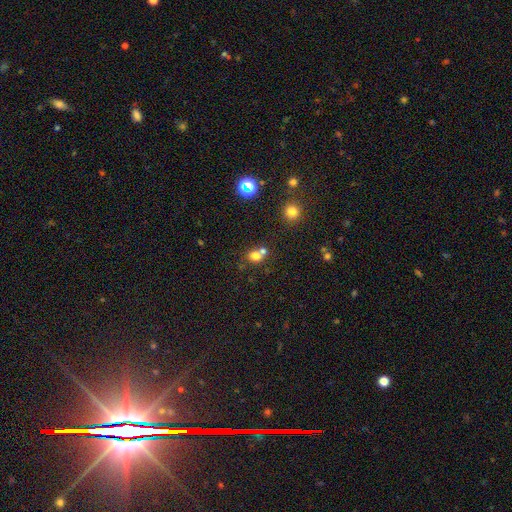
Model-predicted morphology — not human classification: Smooth or featured? smooth (74%)
How rounded? round (75%)
Merging? none (47%)